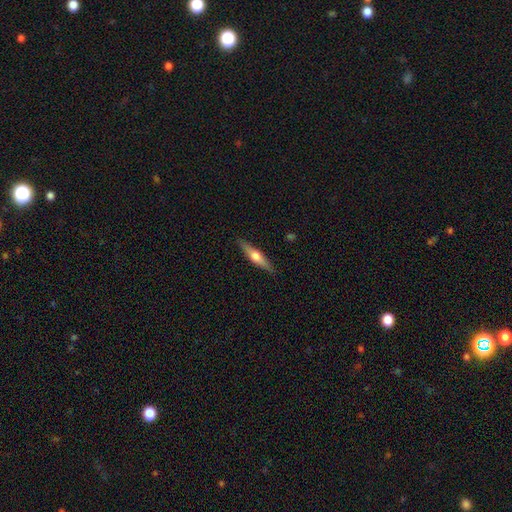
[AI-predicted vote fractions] featured or disk 59%, smooth 35%, star or artifact 5%. Down the decision tree: edge-on disk — yes (95%); edge-on bulge — rounded (93%); merging — none (90%).